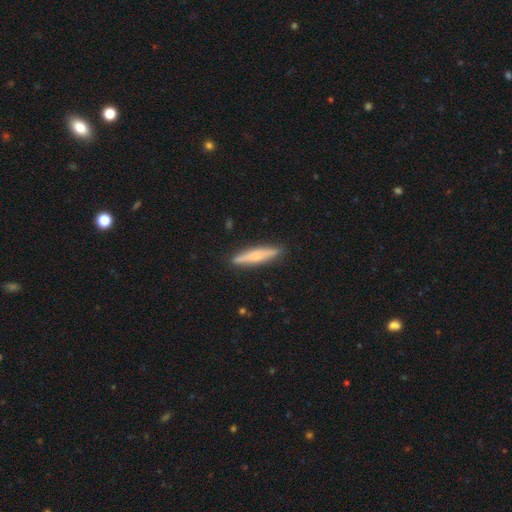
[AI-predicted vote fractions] smooth 48%, featured or disk 47%, star or artifact 6%. Down the decision tree: merging — none (89%).